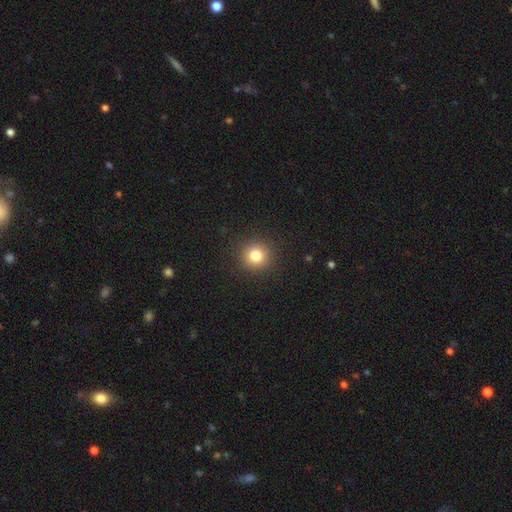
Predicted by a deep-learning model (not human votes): smooth_or_featured: smooth (p=0.81) [alt: star or artifact p=0.13]
how_rounded: round (p=0.94) [alt: in between p=0.05]
merging: none (p=0.91) [alt: minor disturbance p=0.05]